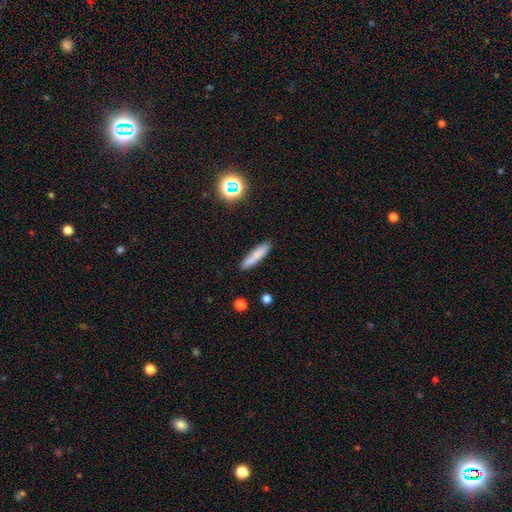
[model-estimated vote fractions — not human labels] smooth 78%, featured or disk 14%, star or artifact 9%. Down the decision tree: how rounded — cigar-shaped (84%); merging — none (85%).